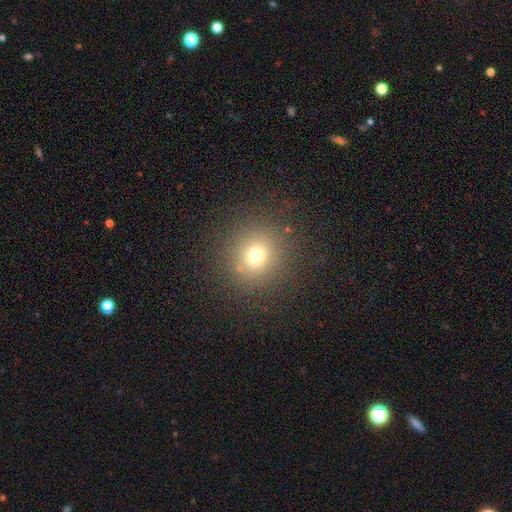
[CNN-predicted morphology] The model was most divided on "smooth or featured": smooth: 70%, star or artifact: 20%, featured or disk: 10%. More confident: how rounded — round (90%); merging — none (86%).